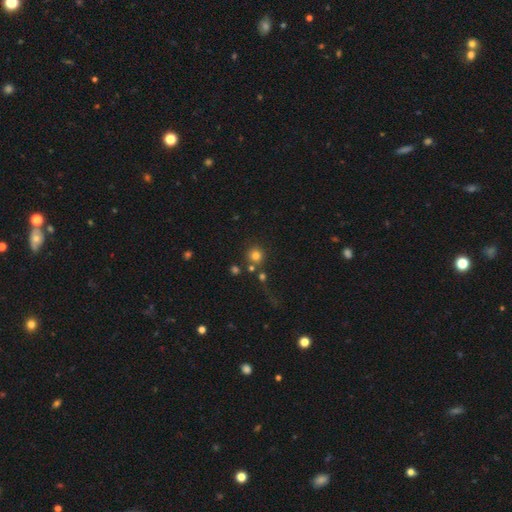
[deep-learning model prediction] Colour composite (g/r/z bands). It shows a smooth galaxy with no disk features (78%) that is round (93%). Merging: none (75%).